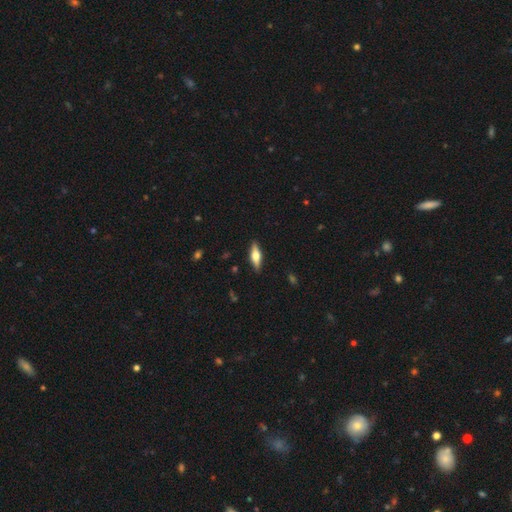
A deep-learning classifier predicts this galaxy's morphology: A featured or disk galaxy (49%). Merging: none (89%).